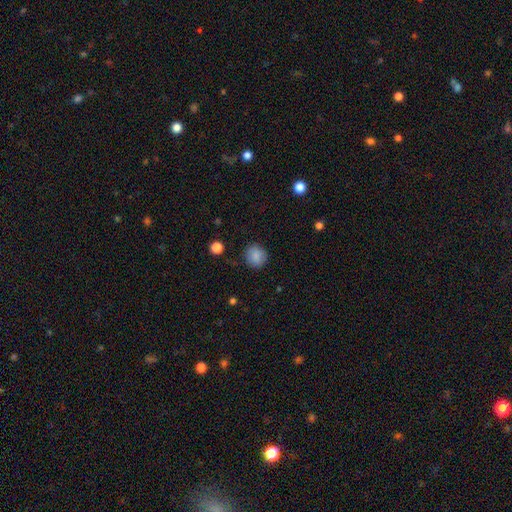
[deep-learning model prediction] The model was most divided on "how rounded": round: 86%, in between: 13%, cigar-shaped: 1%. More confident: smooth or featured — smooth (86%); merging — none (86%).